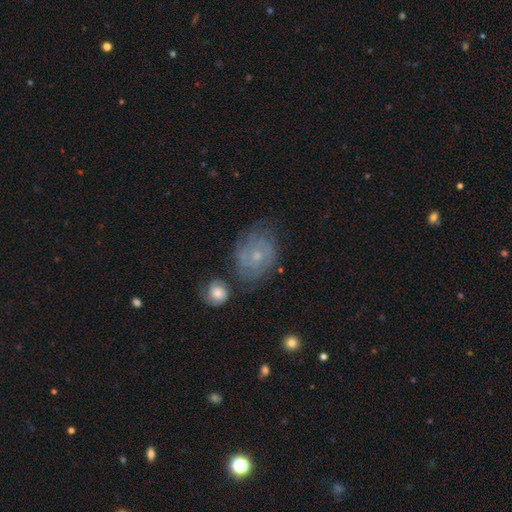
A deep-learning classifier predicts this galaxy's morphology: Smooth or featured: featured or disk — 71% (smooth — 19%)
Edge-on disk: no — 97% (yes — 3%)
Bar: no — 73% (weak — 24%)
Spiral arms: yes — 88% (no — 12%)
Spiral winding: tight — 64% (medium — 28%)
Spiral arm count: can't tell — 45% (2 — 26%)
Bulge size: small — 67% (moderate — 28%)
Merging: none — 64% (minor disturbance — 21%)